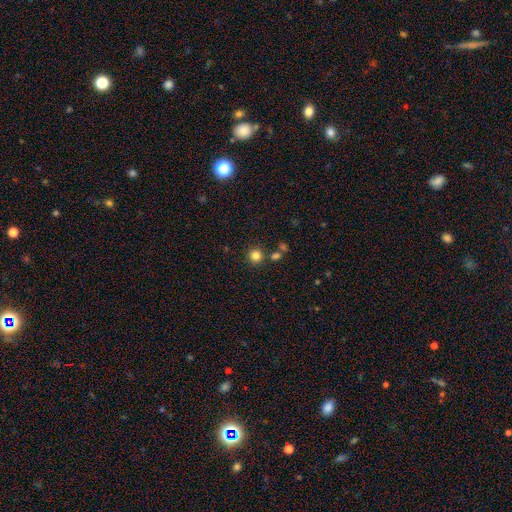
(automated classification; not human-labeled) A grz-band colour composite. It shows a smooth galaxy with no disk features (82%) that is round (94%). Merging: none (83%).